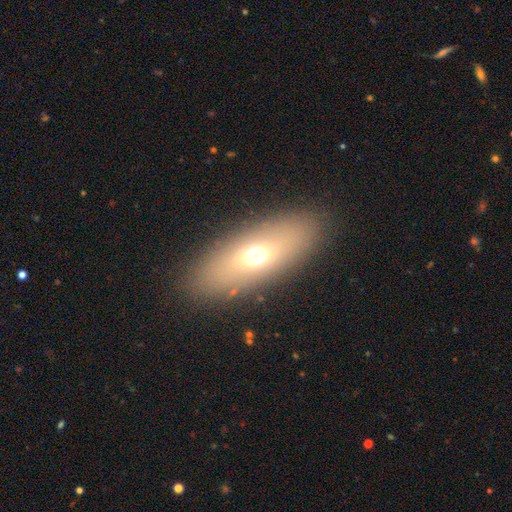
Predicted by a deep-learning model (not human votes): smooth_or_featured: smooth (p=0.58) [alt: featured or disk p=0.31]
how_rounded: in between (p=0.73) [alt: cigar-shaped p=0.22]
merging: none (p=0.86) [alt: minor disturbance p=0.08]